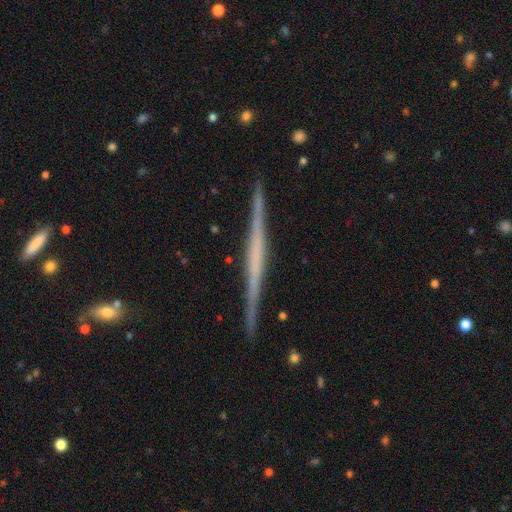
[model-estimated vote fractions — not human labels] smooth-or-featured: featured or disk: 74% | smooth: 21% | star or artifact: 6%
  disk-edge-on: yes: 98% | no: 2%
    edge-on-bulge: none: 75% | rounded: 14% | boxy: 12%
  merging: none: 91% | minor disturbance: 7% | major disturbance: 1% | merger: 1%